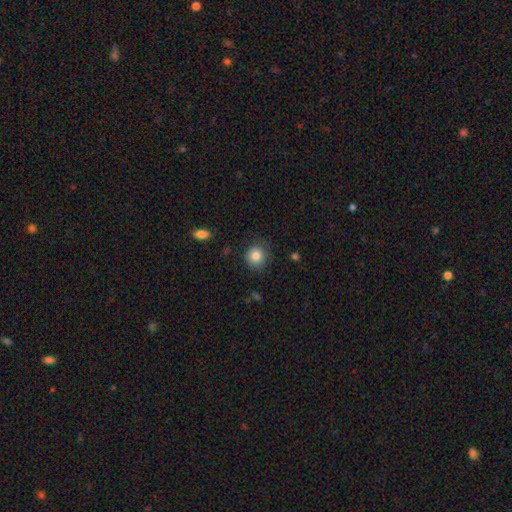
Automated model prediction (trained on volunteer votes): This appears to be a smooth galaxy with no disk features (84%) that is round (87%). Merging: none (81%).